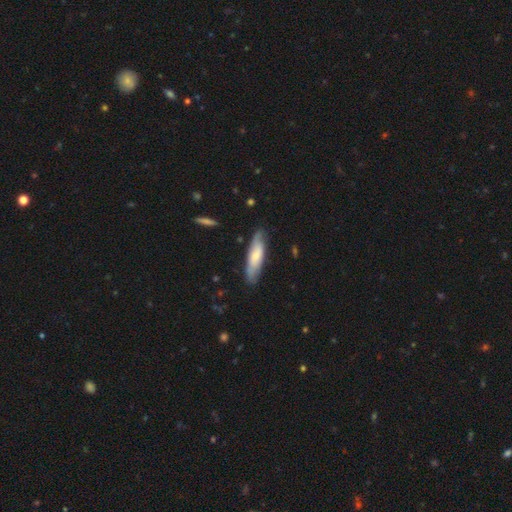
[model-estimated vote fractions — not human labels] A smooth galaxy with no disk features (61%) that is cigar-shaped (60%).

Vote fractions:
- Smooth or featured? smooth: 61% / featured or disk: 33% / star or artifact: 6%
- How rounded? cigar-shaped: 60% / in between: 39% / round: 1%
- Merging? none: 76% / minor disturbance: 19% / major disturbance: 4% / merger: 2%